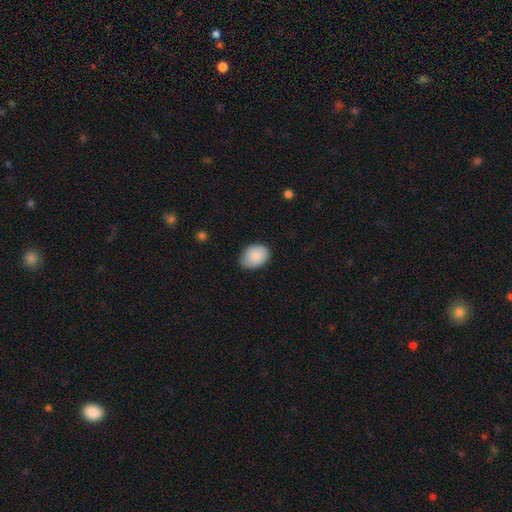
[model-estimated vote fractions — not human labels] smooth 89%, star or artifact 6%, featured or disk 5%. Down the decision tree: how rounded — in between (77%); merging — none (80%).